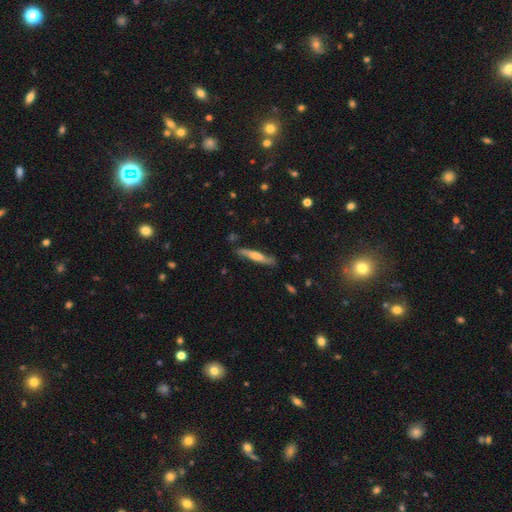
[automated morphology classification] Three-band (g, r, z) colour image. It shows a smooth galaxy with no disk features (48%). Merging: none (80%).